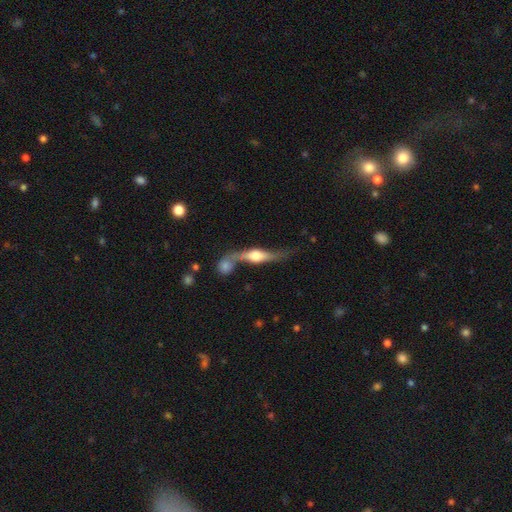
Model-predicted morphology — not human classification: Smooth or featured?
  - featured or disk: 71% *
  - smooth: 23%
  - star or artifact: 6%
Edge-on disk?
  - yes: 83% *
  - no: 17%
Edge-on bulge?
  - rounded: 92% *
  - boxy: 6%
  - none: 3%
Merging?
  - merger: 41% *
  - none: 35%
  - minor disturbance: 14%
  - major disturbance: 10%